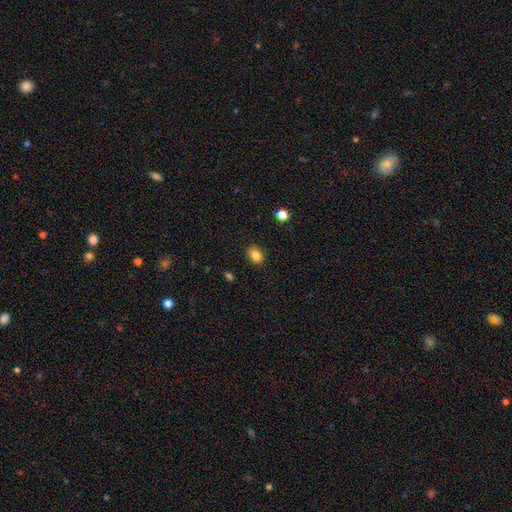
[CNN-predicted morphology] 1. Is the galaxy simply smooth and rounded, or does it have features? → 83% smooth, 11% star or artifact, 6% featured or disk.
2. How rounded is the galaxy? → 63% in between, 36% round, 1% cigar-shaped.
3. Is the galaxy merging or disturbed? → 85% none, 11% minor disturbance, 2% major disturbance, 1% merger.